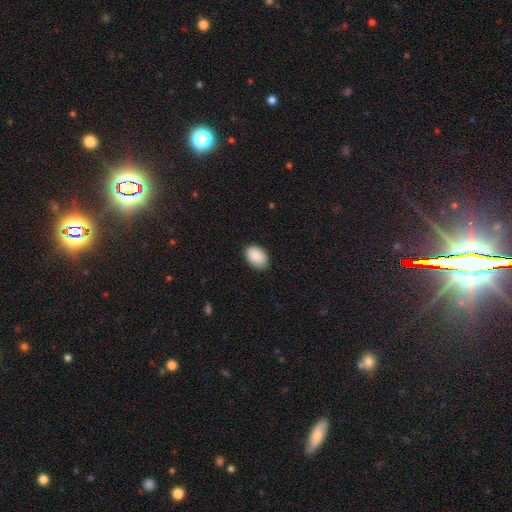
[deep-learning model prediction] smooth-or-featured: smooth: 90% | star or artifact: 7% | featured or disk: 3%
  how-rounded: in between: 90% | round: 9% | cigar-shaped: 1%
  merging: none: 82% | minor disturbance: 15% | major disturbance: 2% | merger: 1%